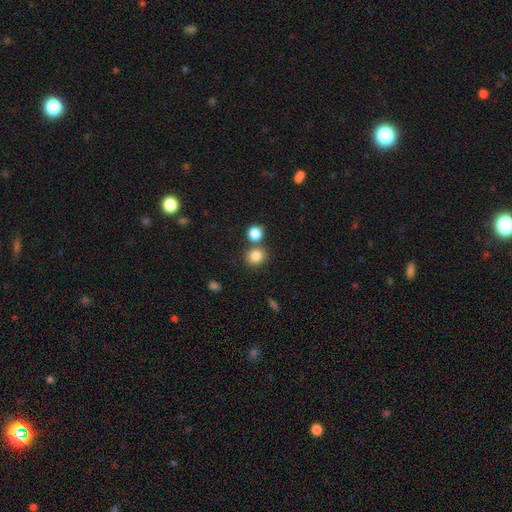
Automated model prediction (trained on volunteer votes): This appears to be a smooth galaxy with no disk features (83%) that is round (83%). Merging: none (70%).